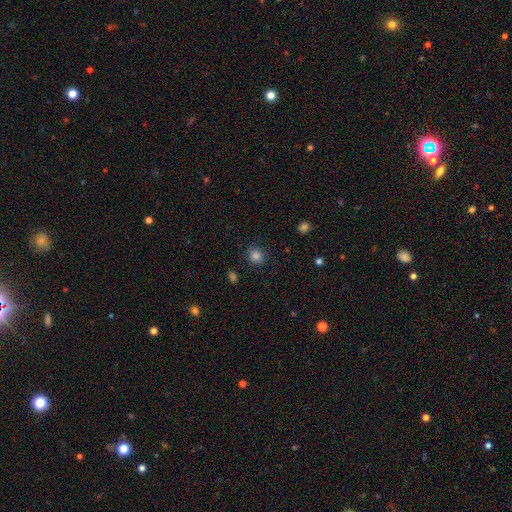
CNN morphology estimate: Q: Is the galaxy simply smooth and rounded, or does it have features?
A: smooth — 84%.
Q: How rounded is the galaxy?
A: round — 81%.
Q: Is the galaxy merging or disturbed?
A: none — 88%.